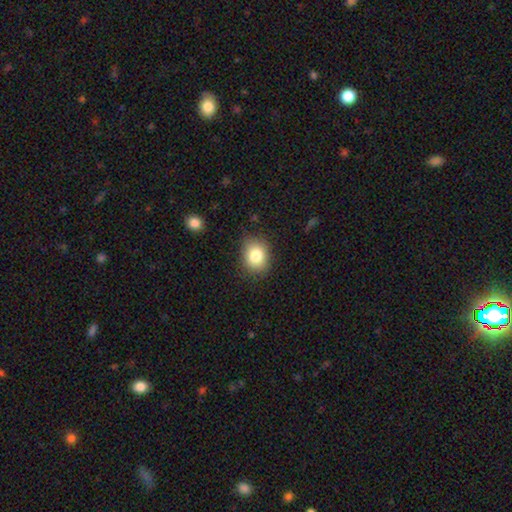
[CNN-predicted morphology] A smooth galaxy with no disk features (82%) that is round (54%).

Vote fractions:
- Smooth or featured? smooth: 82% / star or artifact: 10% / featured or disk: 9%
- How rounded? round: 54% / in between: 45% / cigar-shaped: 1%
- Merging? none: 82% / minor disturbance: 14% / major disturbance: 3% / merger: 1%